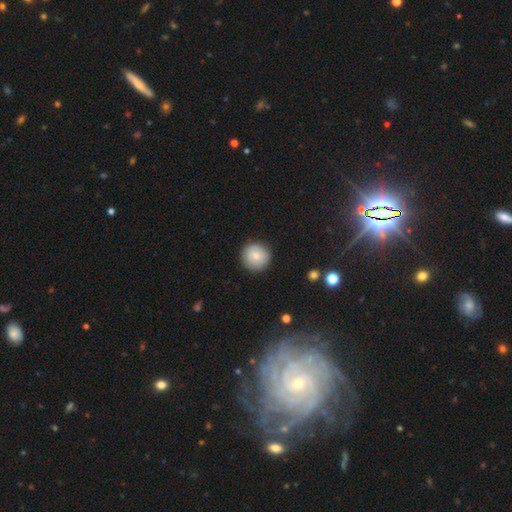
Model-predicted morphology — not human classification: Smooth or featured? smooth (77%)
How rounded? round (95%)
Merging? none (90%)